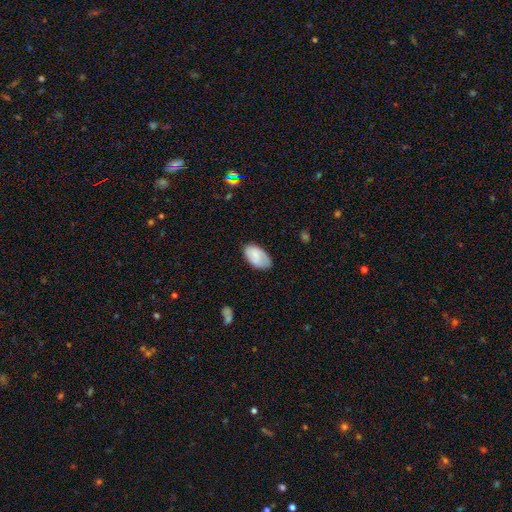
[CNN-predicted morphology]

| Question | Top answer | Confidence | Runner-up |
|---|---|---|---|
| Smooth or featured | smooth | 76% | featured or disk (17%) |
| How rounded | in between | 94% | round (4%) |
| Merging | none | 74% | minor disturbance (21%) |